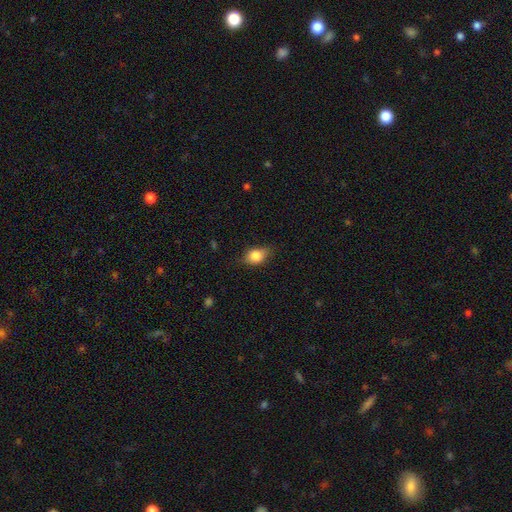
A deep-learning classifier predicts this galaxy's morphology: Smooth or featured? smooth (82%)
How rounded? in between (68%)
Merging? none (66%)